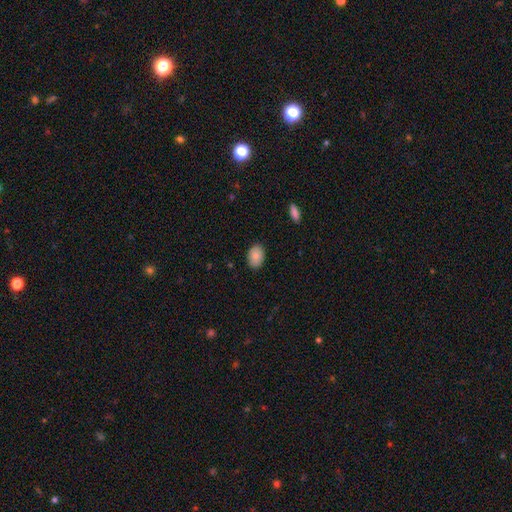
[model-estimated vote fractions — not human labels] Overall: smooth (87%). How rounded: in between (83%). Merging: none (87%).